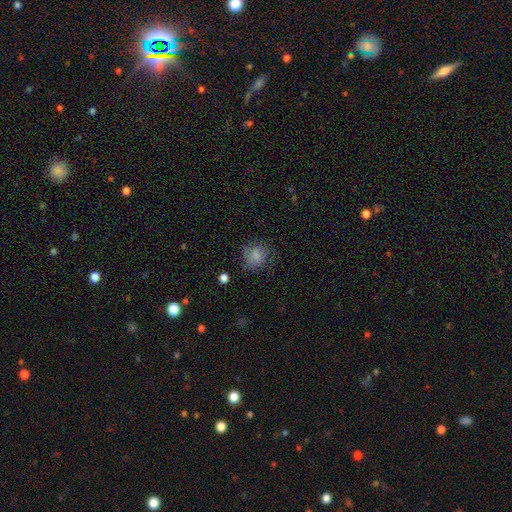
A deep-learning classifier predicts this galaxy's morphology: smooth_or_featured: smooth (p=0.76) [alt: featured or disk p=0.13]
how_rounded: round (p=0.73) [alt: in between p=0.26]
merging: none (p=0.64) [alt: minor disturbance p=0.22]